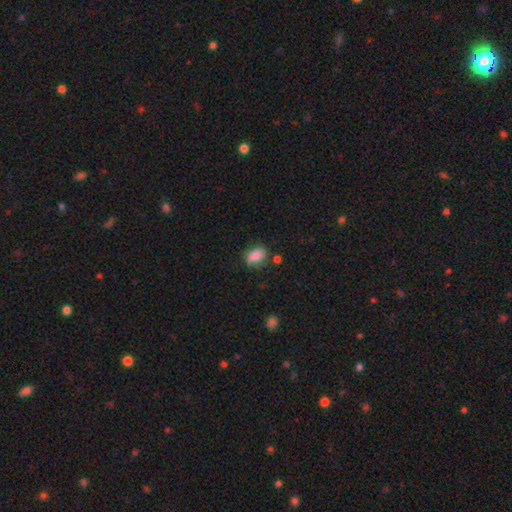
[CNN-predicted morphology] smooth_or_featured: smooth (p=0.79) [alt: featured or disk p=0.12]
how_rounded: in between (p=0.80) [alt: round p=0.17]
merging: none (p=0.65) [alt: minor disturbance p=0.24]